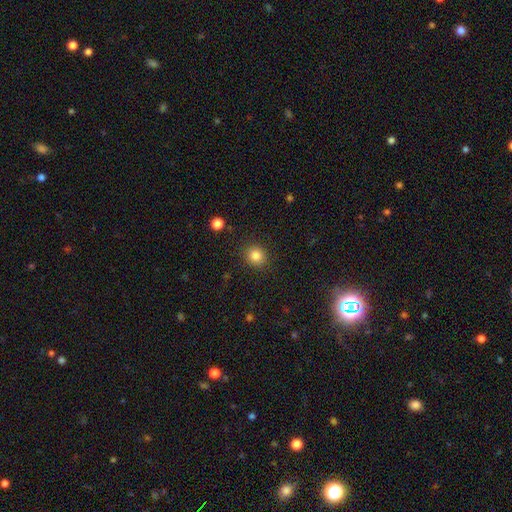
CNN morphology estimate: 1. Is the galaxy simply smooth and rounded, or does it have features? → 84% smooth, 11% star or artifact, 5% featured or disk.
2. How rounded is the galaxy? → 88% round, 11% in between, 1% cigar-shaped.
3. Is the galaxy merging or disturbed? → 89% none, 7% minor disturbance, 3% major disturbance, 1% merger.